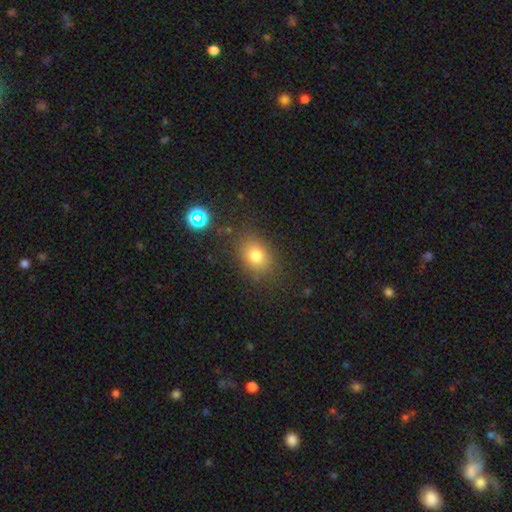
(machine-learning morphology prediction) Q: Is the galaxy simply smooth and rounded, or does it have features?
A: smooth — 77%.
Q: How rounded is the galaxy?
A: in between — 58%.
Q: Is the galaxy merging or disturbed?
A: none — 80%.